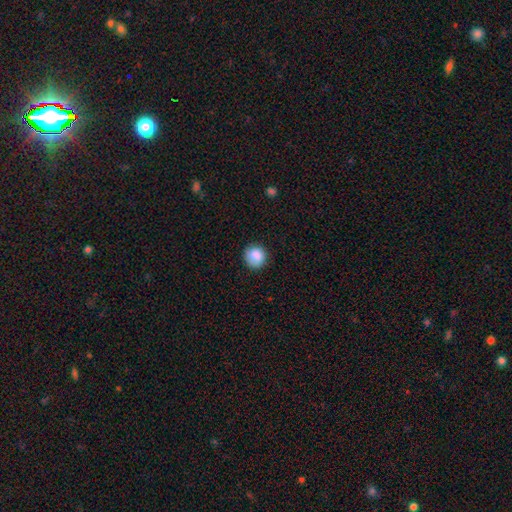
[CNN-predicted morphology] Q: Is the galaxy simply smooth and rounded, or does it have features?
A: smooth — 87%.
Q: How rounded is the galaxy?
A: round — 90%.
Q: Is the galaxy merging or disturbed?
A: none — 84%.